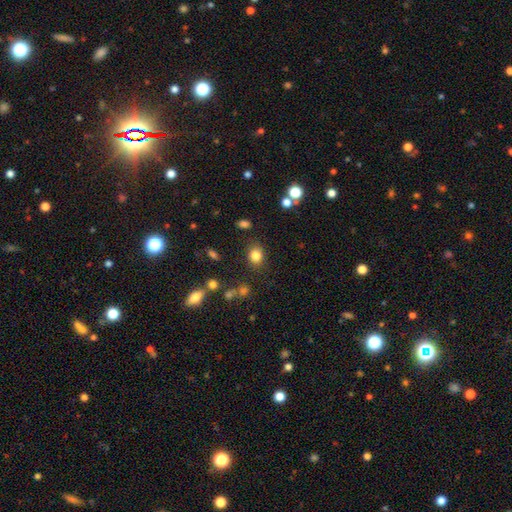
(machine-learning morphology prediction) type=smooth (82%); roundness=round (57%); merging=none (81%).